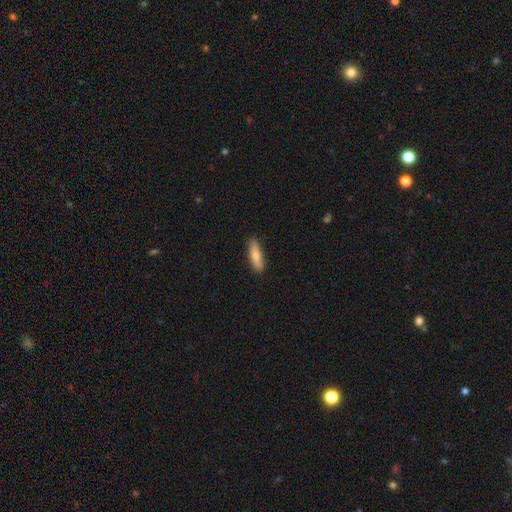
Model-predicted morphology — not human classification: Smooth or featured: smooth — 75% (featured or disk — 19%)
How rounded: cigar-shaped — 56% (in between — 42%)
Merging: none — 85% (minor disturbance — 12%)